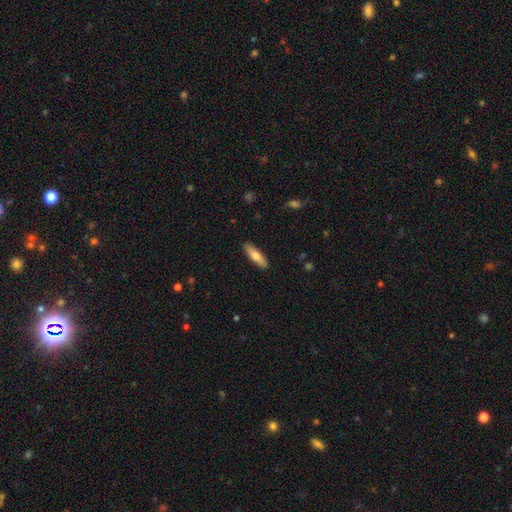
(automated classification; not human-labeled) Smooth or featured? Predicted: smooth (p=0.68). How rounded? Predicted: cigar-shaped (p=0.62). Merging? Predicted: none (p=0.90).